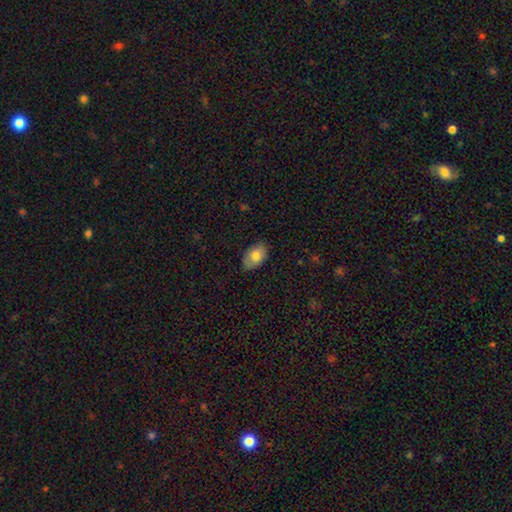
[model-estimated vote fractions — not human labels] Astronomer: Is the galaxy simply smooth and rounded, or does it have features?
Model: smooth — 81%.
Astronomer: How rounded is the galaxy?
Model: in between — 91%.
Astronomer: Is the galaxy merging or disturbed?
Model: none — 81%.